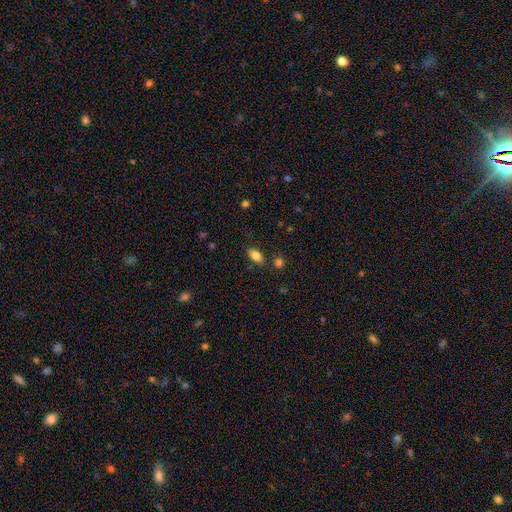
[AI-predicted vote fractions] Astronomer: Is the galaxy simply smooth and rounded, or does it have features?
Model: smooth — 83%.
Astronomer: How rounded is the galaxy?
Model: in between — 89%.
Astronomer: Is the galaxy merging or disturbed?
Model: none — 81%.